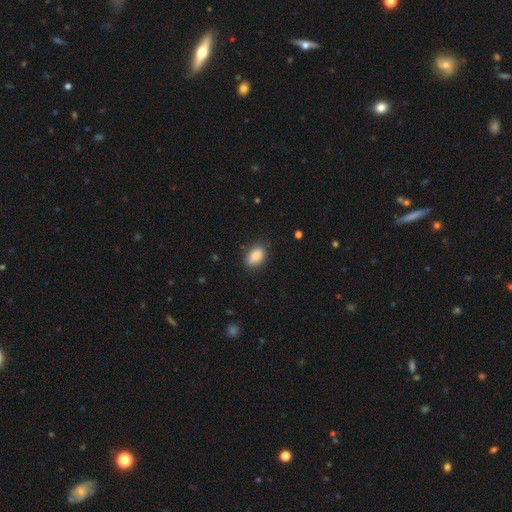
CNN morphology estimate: smooth_or_featured: smooth (p=0.83) [alt: featured or disk p=0.09]
how_rounded: in between (p=0.87) [alt: round p=0.09]
merging: none (p=0.81) [alt: minor disturbance p=0.14]